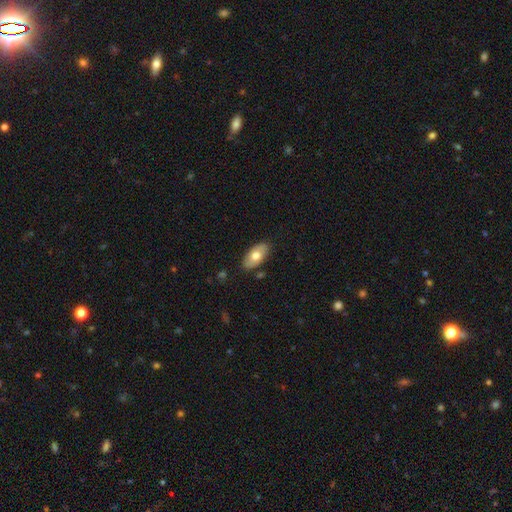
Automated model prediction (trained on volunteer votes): The model was most divided on "smooth or featured": smooth: 67%, featured or disk: 27%, star or artifact: 6%. More confident: how rounded — in between (93%); merging — none (84%).